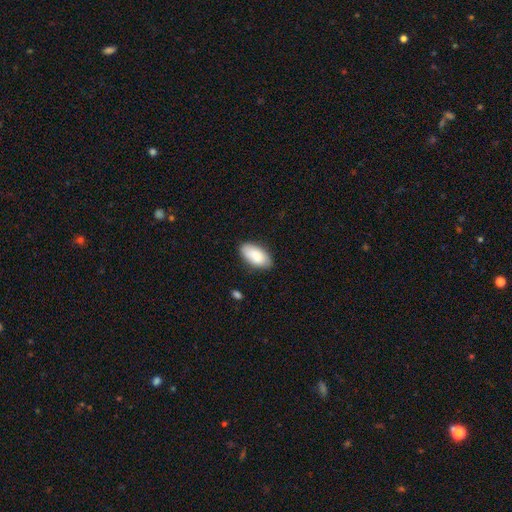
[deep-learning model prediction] Morphology: type=smooth (85%); roundness=in between (95%); merging=none (83%).